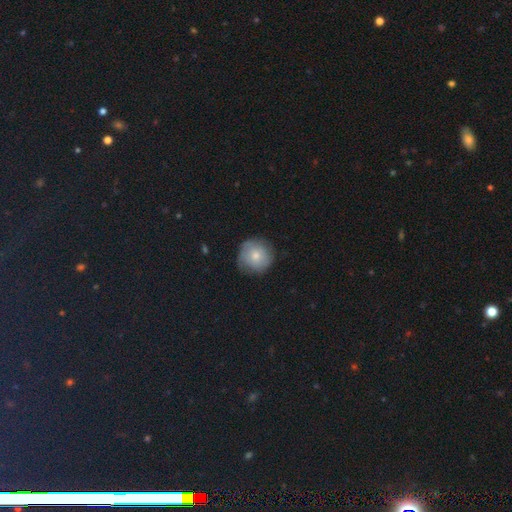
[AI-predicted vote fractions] smooth_or_featured: smooth (p=0.70) [alt: featured or disk p=0.23]
how_rounded: round (p=0.92) [alt: in between p=0.07]
merging: none (p=0.73) [alt: minor disturbance p=0.21]